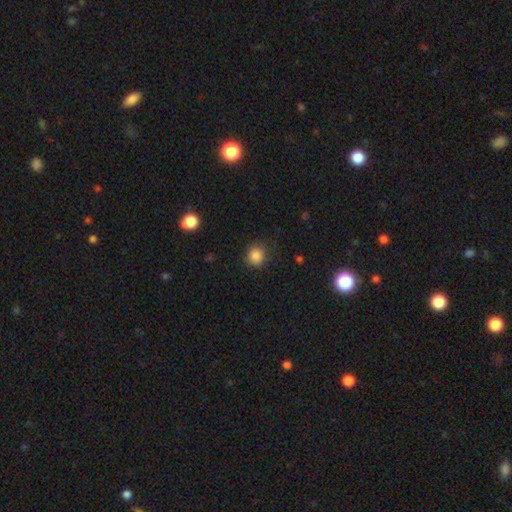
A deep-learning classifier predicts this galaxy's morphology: smooth 85%, star or artifact 11%, featured or disk 4%. Down the decision tree: how rounded — round (85%); merging — none (82%).